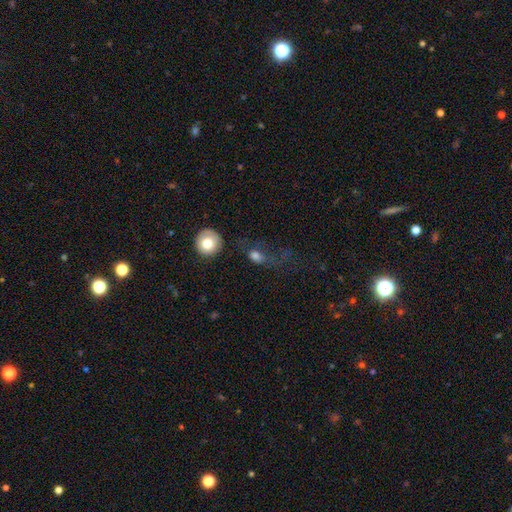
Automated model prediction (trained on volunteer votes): Morphology: type=smooth (73%); roundness=in between (51%); merging=major disturbance (47%).